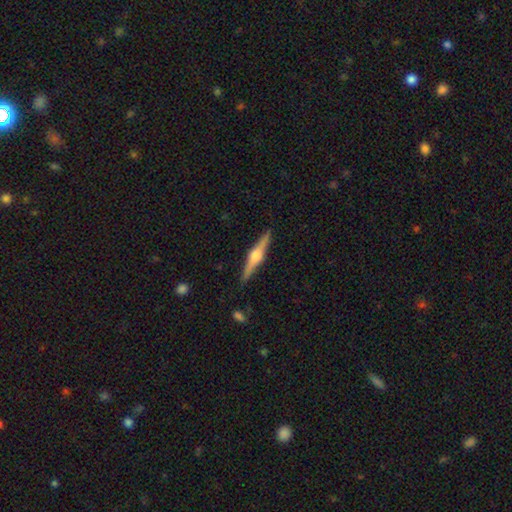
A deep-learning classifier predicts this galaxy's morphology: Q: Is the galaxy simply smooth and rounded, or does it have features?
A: featured or disk — 78%.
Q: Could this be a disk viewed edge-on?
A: yes — 98%.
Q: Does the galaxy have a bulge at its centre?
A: rounded — 91%.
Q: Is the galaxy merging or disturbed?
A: none — 91%.